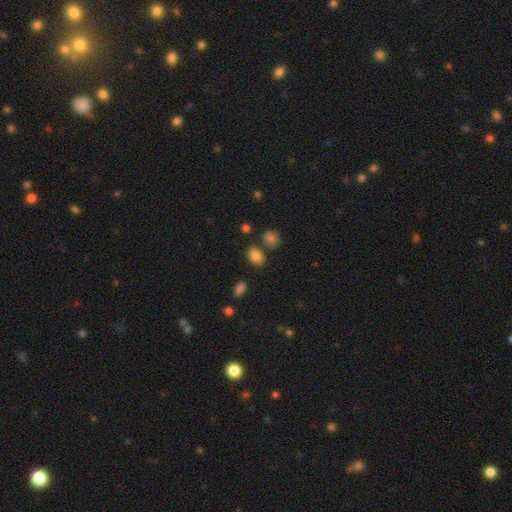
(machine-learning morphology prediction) Overall: smooth (82%). How rounded: in between (77%). Merging: none (75%).